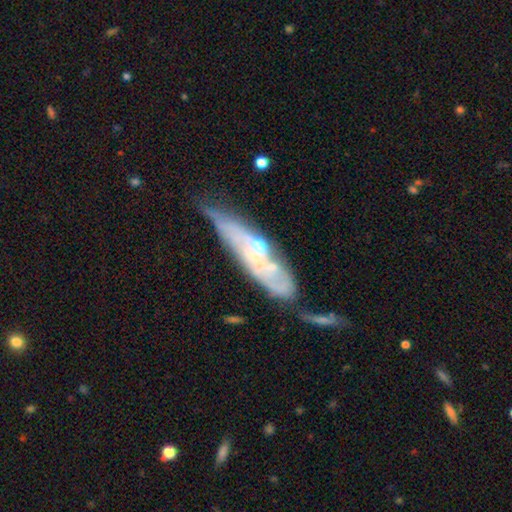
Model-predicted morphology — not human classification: A featured or disk galaxy (66%). Merging: none (47%).